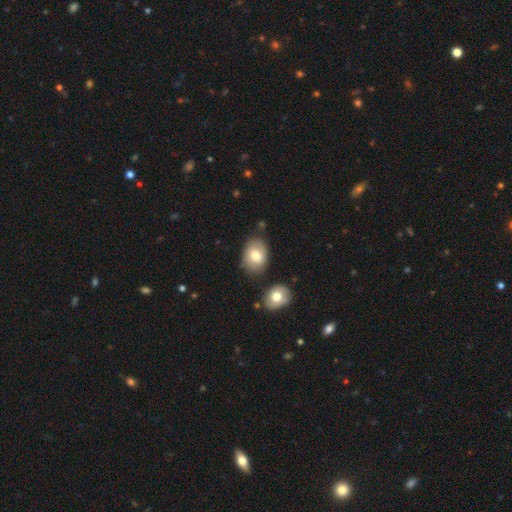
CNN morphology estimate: smooth-or-featured: smooth: 76% | featured or disk: 16% | star or artifact: 7%
  how-rounded: in between: 77% | round: 22% | cigar-shaped: 1%
  merging: none: 75% | minor disturbance: 15% | merger: 6% | major disturbance: 3%